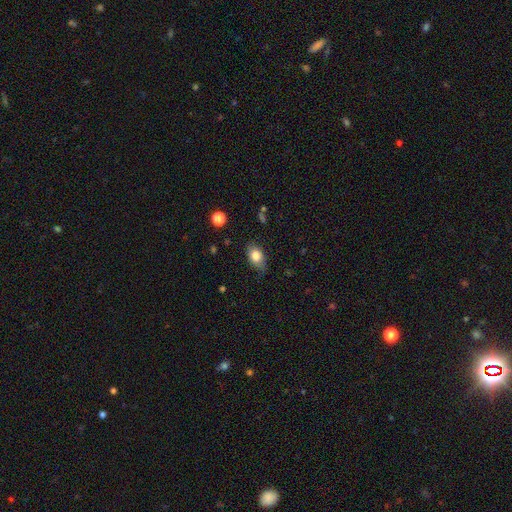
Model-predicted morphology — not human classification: smooth_or_featured: smooth (p=0.81) [alt: featured or disk p=0.11]
how_rounded: in between (p=0.83) [alt: round p=0.15]
merging: none (p=0.71) [alt: minor disturbance p=0.23]